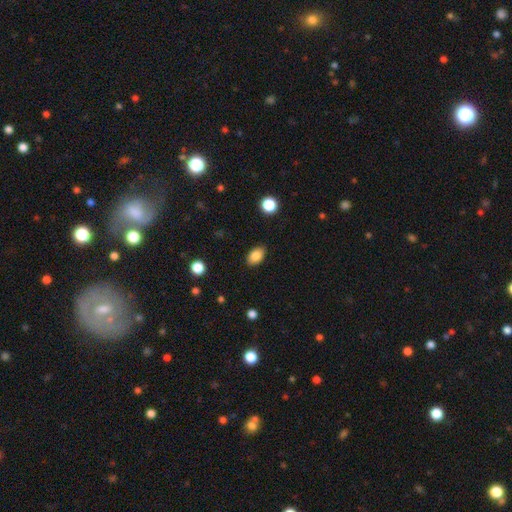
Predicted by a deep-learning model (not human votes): smooth-or-featured: smooth: 85% | star or artifact: 8% | featured or disk: 6%
  how-rounded: in between: 87% | round: 11% | cigar-shaped: 1%
  merging: none: 87% | minor disturbance: 9% | major disturbance: 2% | merger: 1%